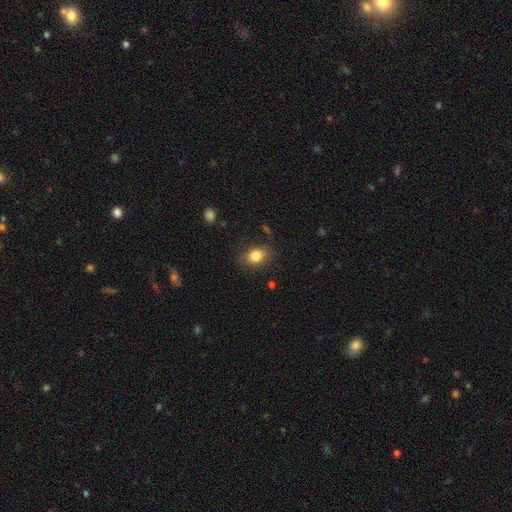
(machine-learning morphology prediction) This appears to be a smooth galaxy with no disk features (84%) that is in between round and cigar-shaped (60%). Merging: none (84%).